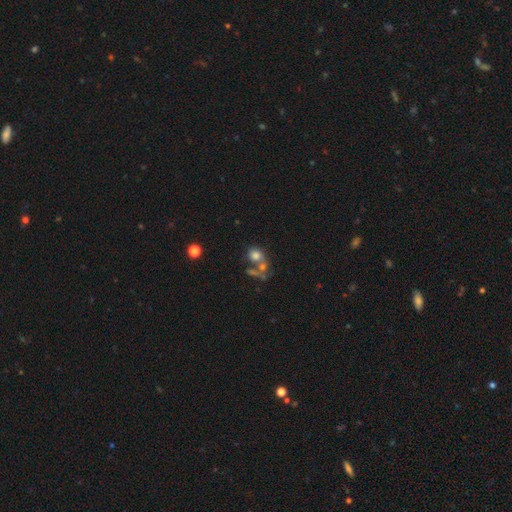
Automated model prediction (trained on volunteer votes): The model was most divided on "merging": merger: 44%, none: 31%, major disturbance: 14%, minor disturbance: 11%. More confident: smooth or featured — smooth (67%); how rounded — round (61%).